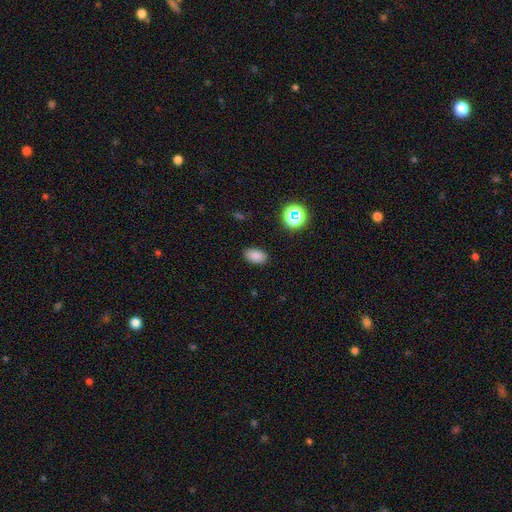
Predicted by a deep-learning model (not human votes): Morphology: type=smooth (83%); roundness=in between (90%); merging=none (87%).